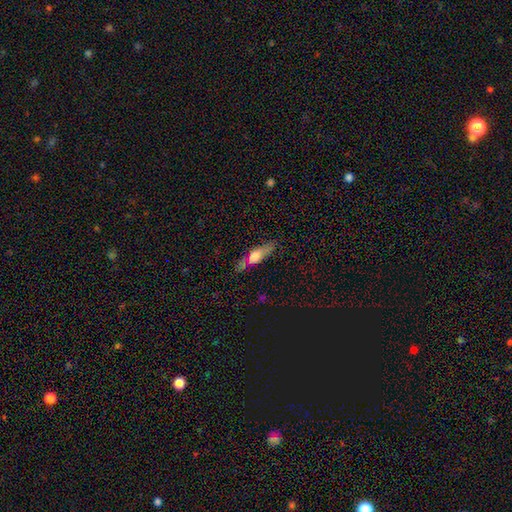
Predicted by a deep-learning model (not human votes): Overall: smooth (53%; featured or disk 37%). How rounded: cigar-shaped (57%; in between 38%). Merging: none (78%).